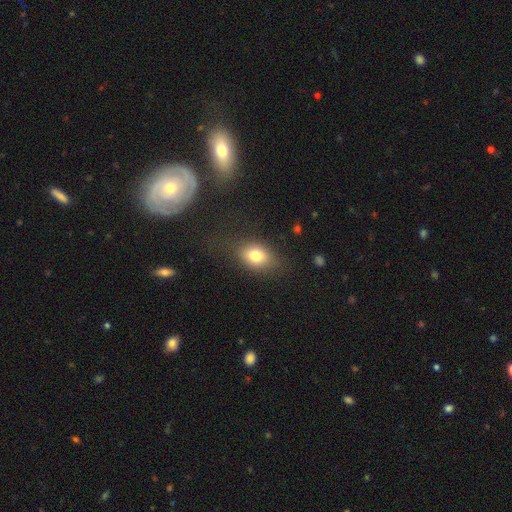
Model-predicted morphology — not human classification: smooth 77%, featured or disk 13%, star or artifact 10%. Down the decision tree: how rounded — in between (73%); merging — none (73%).